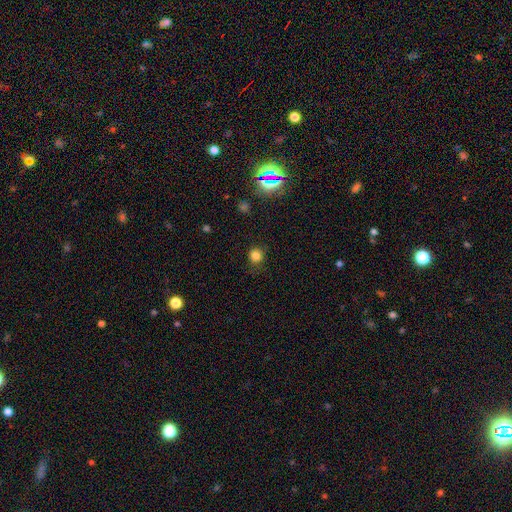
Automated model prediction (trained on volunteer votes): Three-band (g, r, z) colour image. It shows a smooth galaxy with no disk features (80%) that is round (90%). Merging: none (83%).